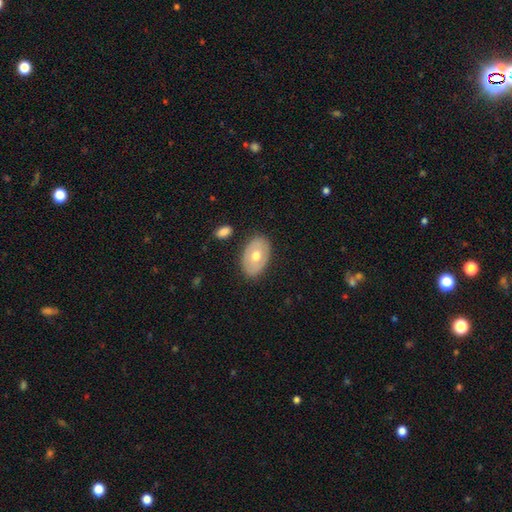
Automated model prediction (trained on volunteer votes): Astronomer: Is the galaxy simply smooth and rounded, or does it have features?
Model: smooth — 54% (runner-up: featured or disk, 40%).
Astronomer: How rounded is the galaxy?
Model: in between — 85%.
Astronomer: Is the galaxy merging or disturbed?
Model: none — 84%.